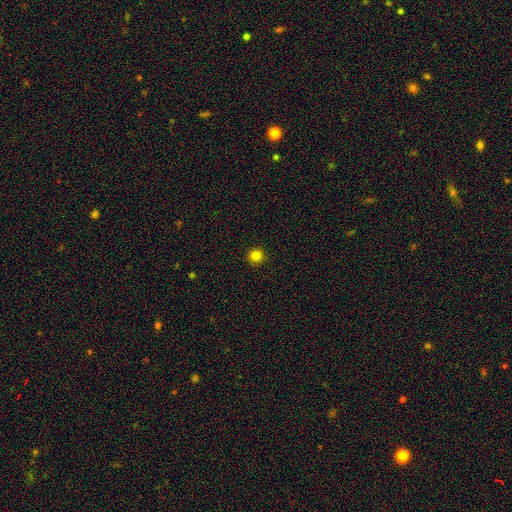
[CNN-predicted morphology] A smooth galaxy with no disk features (83%) that is round (95%).

Vote fractions:
- Smooth or featured? smooth: 83% / star or artifact: 13% / featured or disk: 5%
- How rounded? round: 95% / in between: 4% / cigar-shaped: 1%
- Merging? none: 92% / minor disturbance: 5% / major disturbance: 2% / merger: 1%